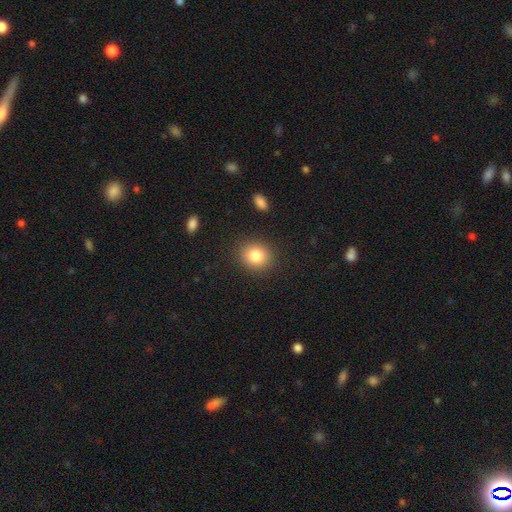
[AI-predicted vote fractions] Smooth or featured?
  - smooth: 83% *
  - star or artifact: 10%
  - featured or disk: 7%
How rounded?
  - round: 74% *
  - in between: 25%
  - cigar-shaped: 1%
Merging?
  - none: 88% *
  - minor disturbance: 8%
  - major disturbance: 3%
  - merger: 1%